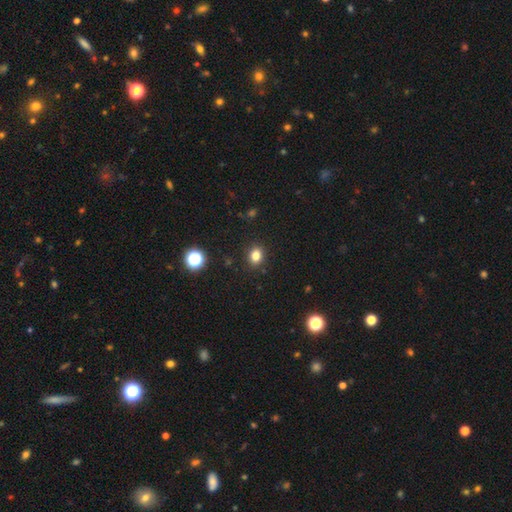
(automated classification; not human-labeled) The model was most divided on "how rounded": round: 53%, in between: 46%, cigar-shaped: 1%. More confident: merging — none (90%); smooth or featured — smooth (82%).